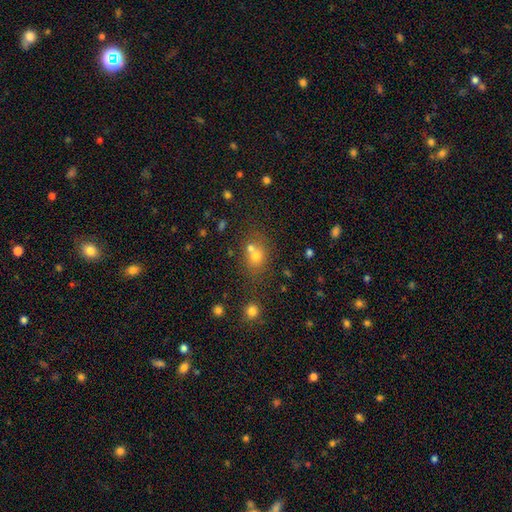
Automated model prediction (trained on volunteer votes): The model was most divided on "merging": none: 50%, merger: 37%, minor disturbance: 9%, major disturbance: 4%. More confident: smooth or featured — smooth (67%); how rounded — round (67%).